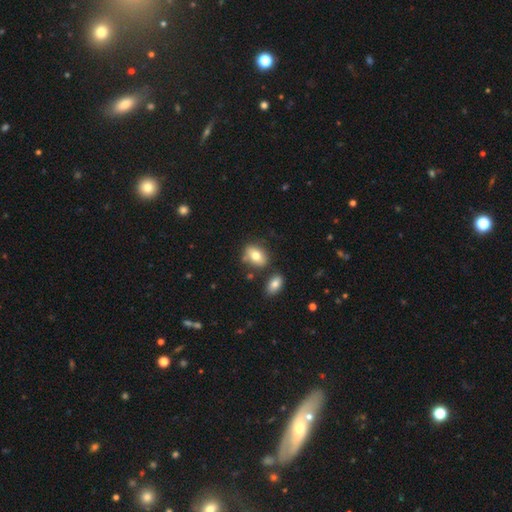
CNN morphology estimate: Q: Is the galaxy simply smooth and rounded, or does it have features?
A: smooth — 75%.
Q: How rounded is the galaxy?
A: in between — 80%.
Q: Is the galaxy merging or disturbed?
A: none — 69%.